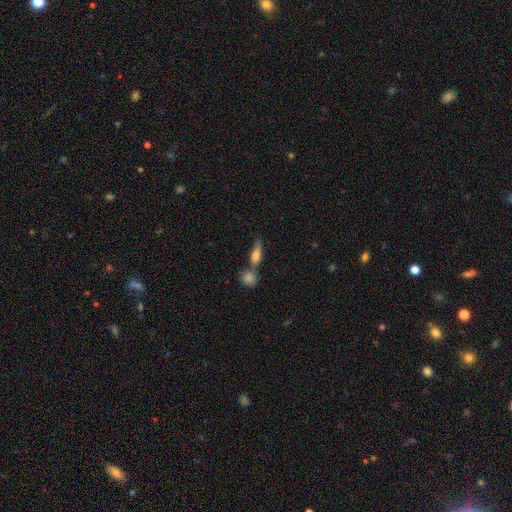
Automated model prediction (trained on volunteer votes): Overall: smooth (69%). How rounded: in between (52%; cigar-shaped 41%). Merging: none (43%; merger 36%).